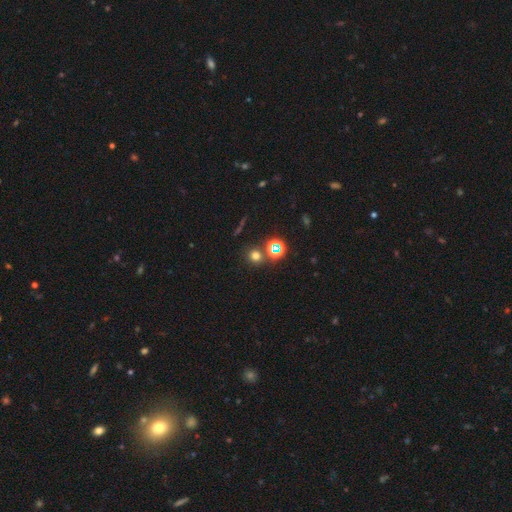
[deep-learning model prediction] Smooth or featured? smooth (66%)
How rounded? round (88%)
Merging? none (78%)